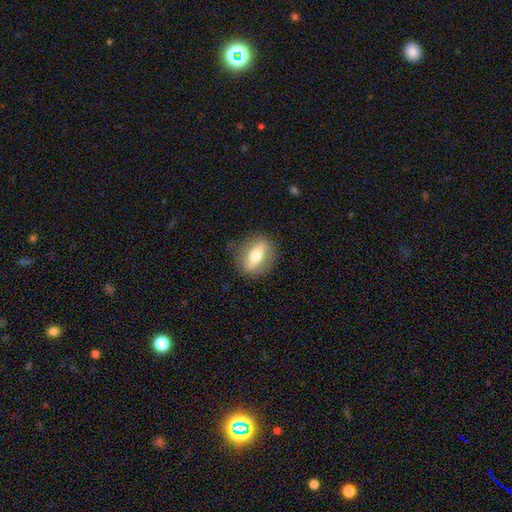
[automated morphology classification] smooth_or_featured: featured or disk (p=0.53) [alt: smooth p=0.40]
disk_edge_on: yes (p=0.57) [alt: no p=0.43]
merging: none (p=0.84) [alt: minor disturbance p=0.11]